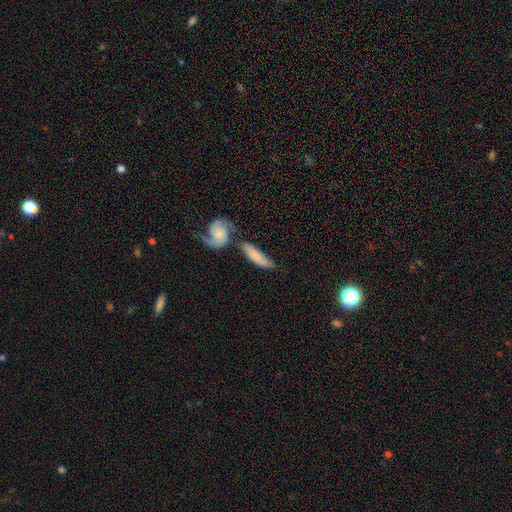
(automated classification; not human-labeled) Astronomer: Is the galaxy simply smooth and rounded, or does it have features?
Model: smooth — 60%.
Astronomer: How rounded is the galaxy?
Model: cigar-shaped — 60% (runner-up: in between, 37%).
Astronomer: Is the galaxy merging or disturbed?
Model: none — 38% (runner-up: merger, 36%).